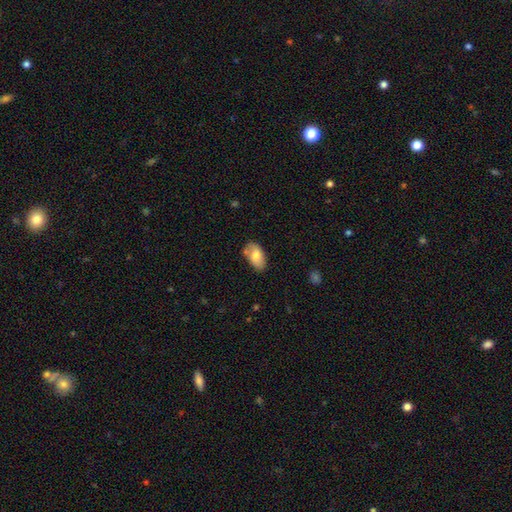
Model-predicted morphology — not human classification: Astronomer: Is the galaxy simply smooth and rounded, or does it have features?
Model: smooth — 75%.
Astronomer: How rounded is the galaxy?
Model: in between — 93%.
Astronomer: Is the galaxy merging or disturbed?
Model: none — 68%.